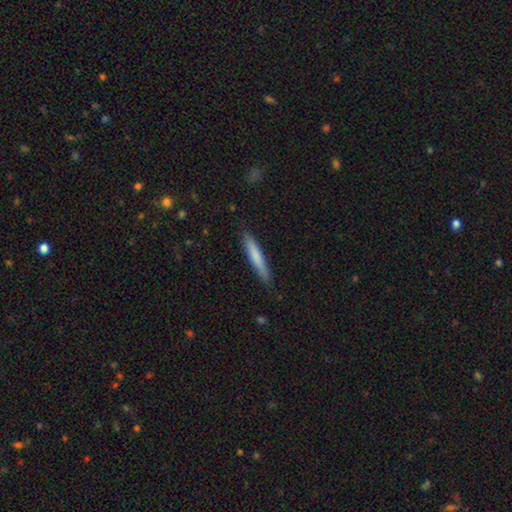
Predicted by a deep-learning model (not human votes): smooth_or_featured: smooth (p=0.72) [alt: featured or disk p=0.23]
how_rounded: cigar-shaped (p=0.94) [alt: in between p=0.05]
merging: none (p=0.88) [alt: minor disturbance p=0.09]